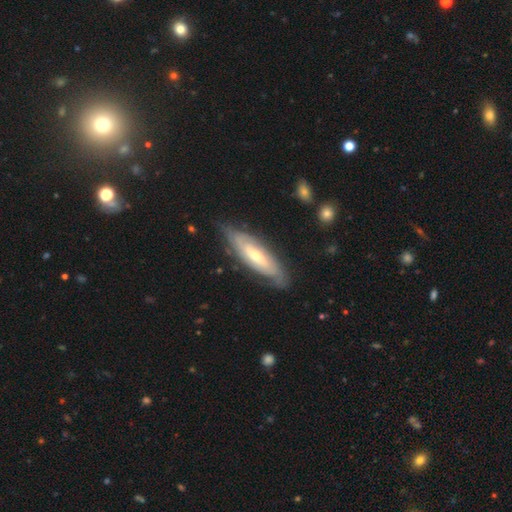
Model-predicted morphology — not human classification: The model was most divided on "bulge size": small: 49%, moderate: 45%, large: 3%, none: 1%, dominant: 1%. Remaining: spiral arms — yes (84%); merging — none (74%); edge-on disk — no (74%); smooth or featured — featured or disk (72%); bar — no (49%).